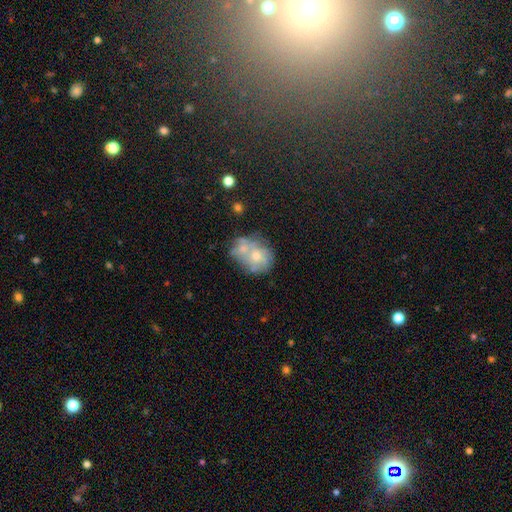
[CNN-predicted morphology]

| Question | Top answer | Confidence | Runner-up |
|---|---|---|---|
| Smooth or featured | featured or disk | 47% | smooth (38%) |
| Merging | none | 40% | merger (33%) |